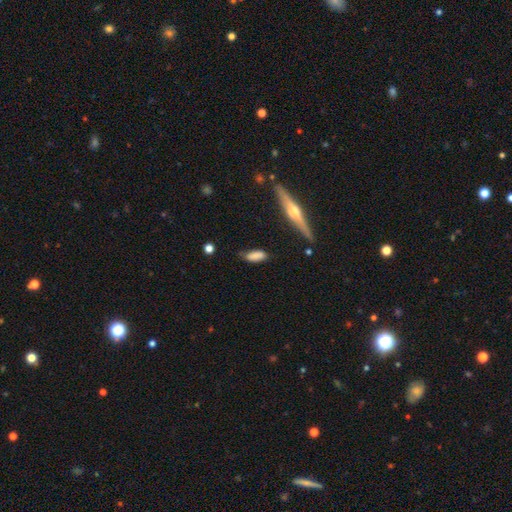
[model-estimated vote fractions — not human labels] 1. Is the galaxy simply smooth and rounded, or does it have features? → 77% smooth, 15% featured or disk, 8% star or artifact.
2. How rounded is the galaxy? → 73% in between, 25% cigar-shaped, 3% round.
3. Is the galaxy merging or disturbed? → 68% none, 24% minor disturbance, 5% major disturbance, 3% merger.